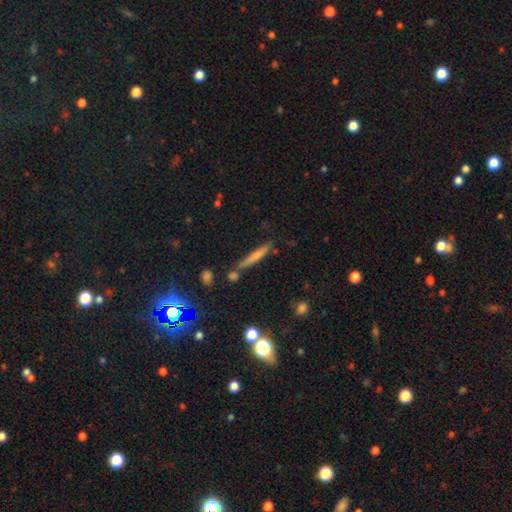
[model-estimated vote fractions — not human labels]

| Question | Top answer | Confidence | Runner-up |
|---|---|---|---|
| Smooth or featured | smooth | 57% | featured or disk (34%) |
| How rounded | cigar-shaped | 93% | in between (5%) |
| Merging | none | 73% | minor disturbance (14%) |